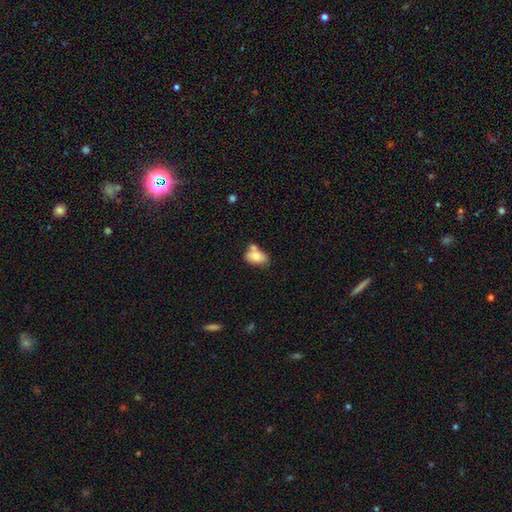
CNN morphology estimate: smooth-or-featured: smooth: 77% | featured or disk: 15% | star or artifact: 8%
  how-rounded: in between: 86% | round: 12% | cigar-shaped: 2%
  merging: none: 44% | merger: 30% | minor disturbance: 20% | major disturbance: 6%